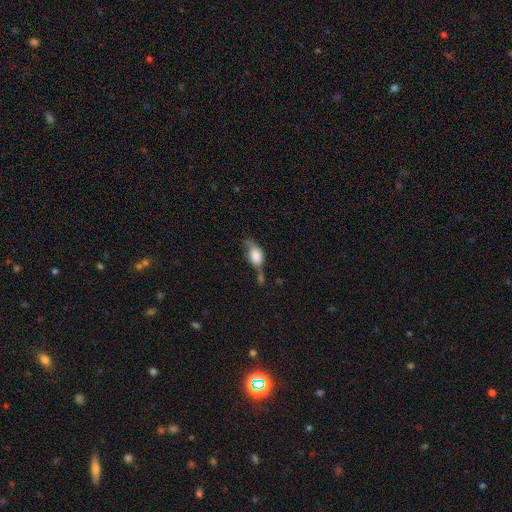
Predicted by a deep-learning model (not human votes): Overall: smooth (71%). How rounded: in between (84%). Merging: merger (28%; minor disturbance 25%).